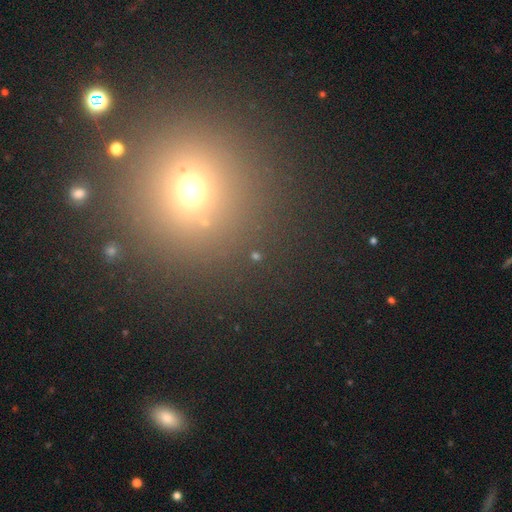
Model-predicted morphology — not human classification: Q: Smooth or featured?
A: star or artifact (46%); runner-up: smooth (45%)